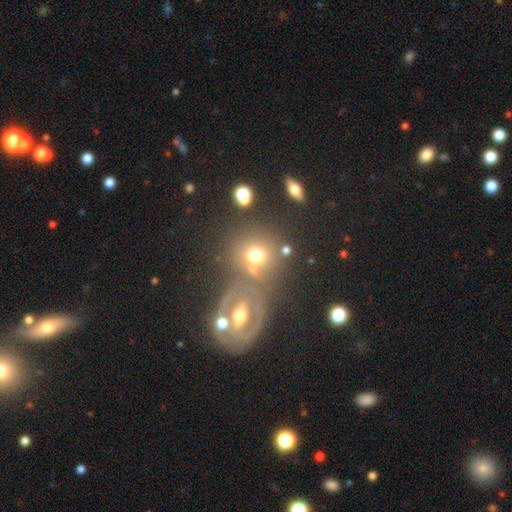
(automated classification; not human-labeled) Smooth or featured? smooth (63%)
How rounded? round (76%)
Merging? none (48%)